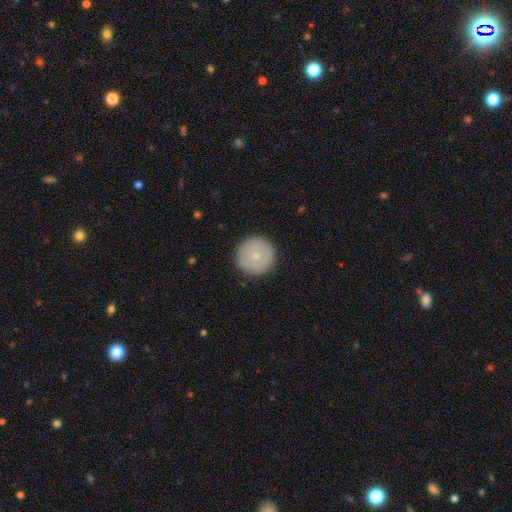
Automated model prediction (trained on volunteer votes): Q: Smooth or featured?
A: smooth (74%); runner-up: featured or disk (19%)
Q: How rounded?
A: round (96%); runner-up: in between (3%)
Q: Merging?
A: none (91%); runner-up: minor disturbance (6%)